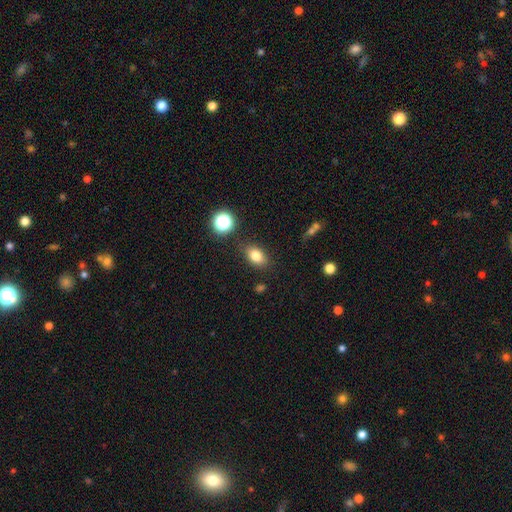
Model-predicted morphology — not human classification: Smooth or featured? Predicted: smooth (p=0.79). How rounded? Predicted: in between (p=0.79). Merging? Predicted: none (p=0.83).